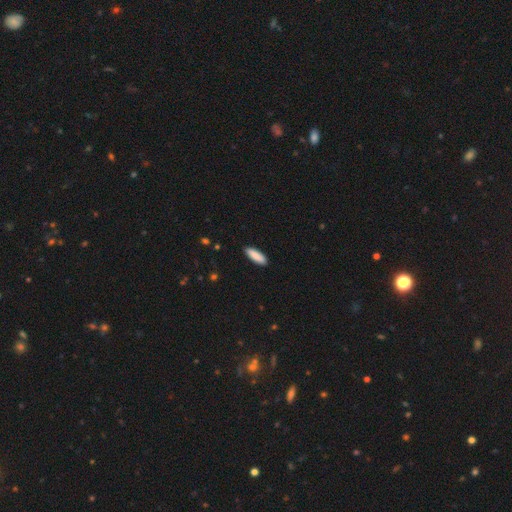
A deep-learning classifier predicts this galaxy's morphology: smooth_or_featured: smooth (p=0.89) [alt: star or artifact p=0.05]
how_rounded: in between (p=0.51) [alt: cigar-shaped p=0.48]
merging: none (p=0.90) [alt: minor disturbance p=0.07]